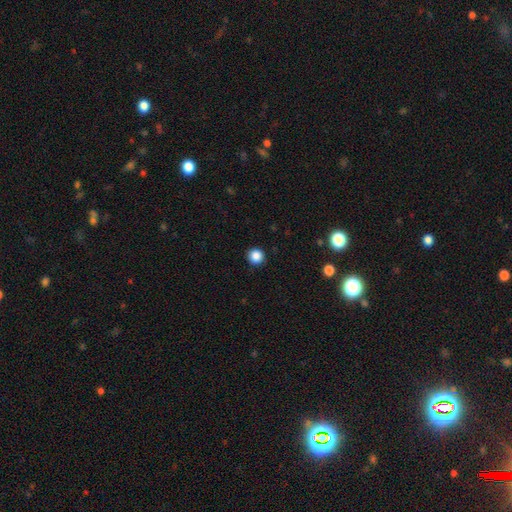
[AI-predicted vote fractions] This appears to be a smooth galaxy with no disk features (87%) that is round (95%). Merging: none (93%).